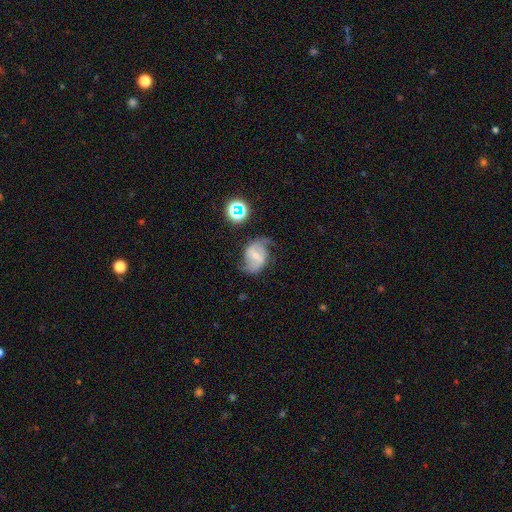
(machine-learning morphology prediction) Smooth or featured?
  - featured or disk: 76% *
  - smooth: 14%
  - star or artifact: 9%
Edge-on disk?
  - no: 97% *
  - yes: 3%
Bar?
  - weak: 50% *
  - strong: 31%
  - no: 19%
Spiral arms?
  - yes: 93% *
  - no: 7%
Spiral winding?
  - loose: 44% *
  - medium: 43%
  - tight: 13%
Spiral arm count?
  - 2: 89% *
  - can't tell: 5%
  - 1: 2%
  - 3: 1%
  - 4: 1%
  - more than 4: 1%
Bulge size?
  - small: 52% *
  - moderate: 35%
  - none: 9%
  - large: 3%
  - dominant: 1%
Merging?
  - none: 67% *
  - minor disturbance: 19%
  - major disturbance: 11%
  - merger: 3%